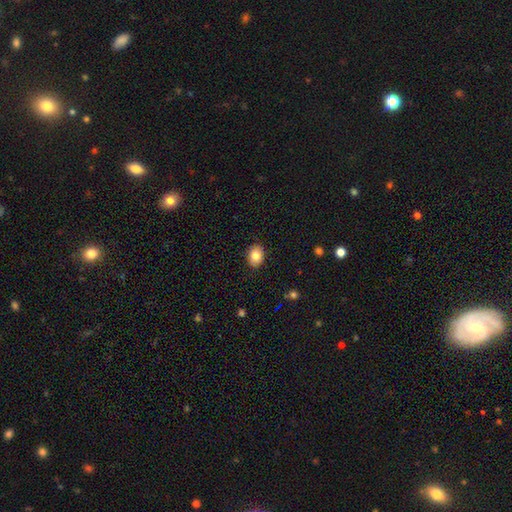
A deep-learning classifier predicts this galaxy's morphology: Smooth or featured? smooth (82%)
How rounded? in between (67%)
Merging? none (88%)